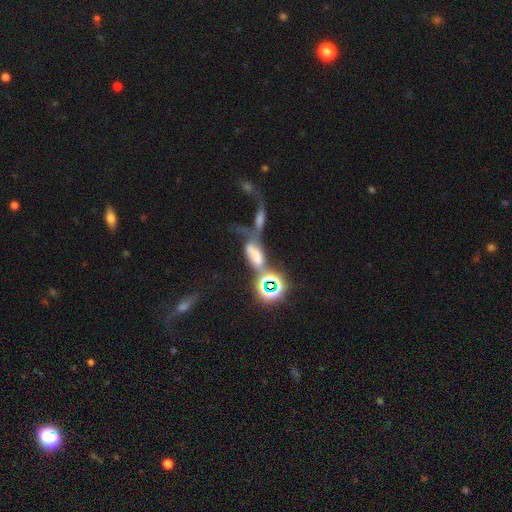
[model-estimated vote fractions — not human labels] Smooth or featured: smooth — 40% (star or artifact — 30%)
Merging: merger — 60% (major disturbance — 19%)